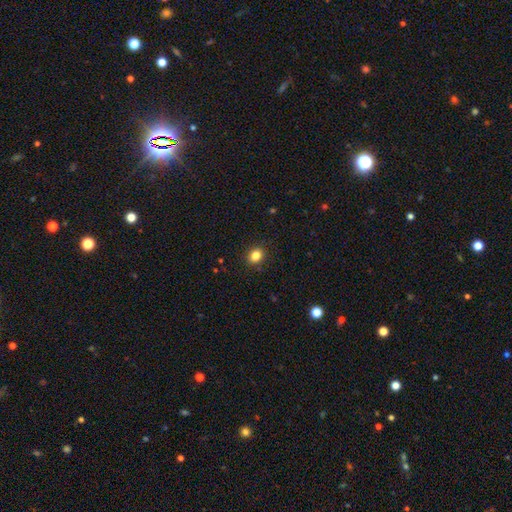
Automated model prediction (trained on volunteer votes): Morphology: type=smooth (84%); roundness=round (60%); merging=none (90%).